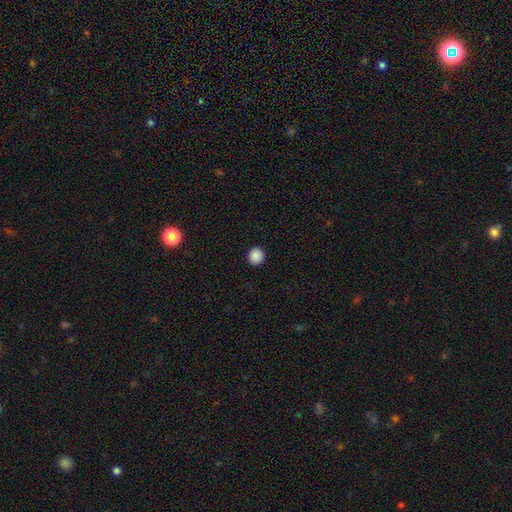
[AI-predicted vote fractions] Morphology: type=smooth (89%); roundness=round (93%); merging=none (93%).